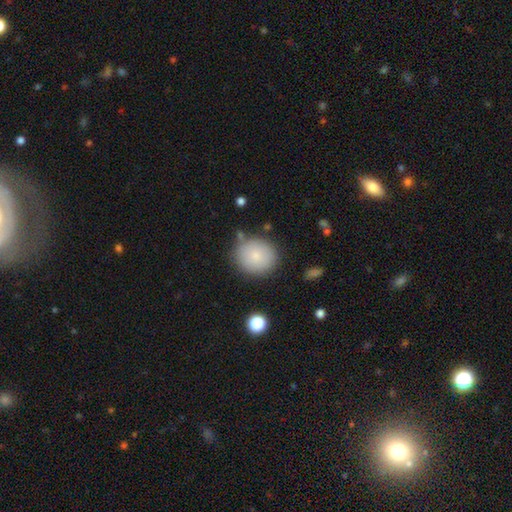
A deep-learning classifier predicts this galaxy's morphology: Smooth or featured? smooth (82%)
How rounded? round (83%)
Merging? none (82%)